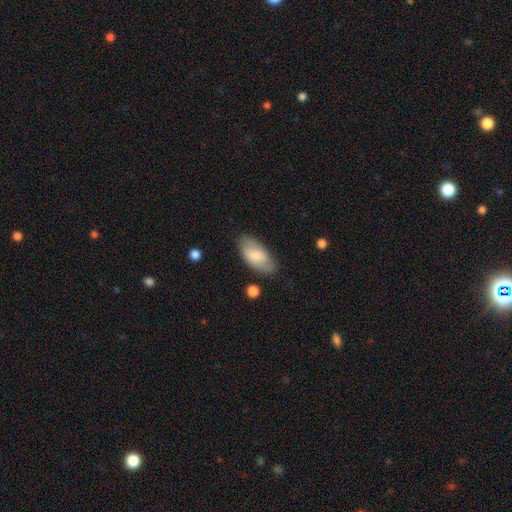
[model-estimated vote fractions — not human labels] smooth-or-featured: smooth: 75% | featured or disk: 20% | star or artifact: 6%
  how-rounded: in between: 93% | cigar-shaped: 5% | round: 2%
  merging: none: 78% | minor disturbance: 17% | major disturbance: 4% | merger: 2%